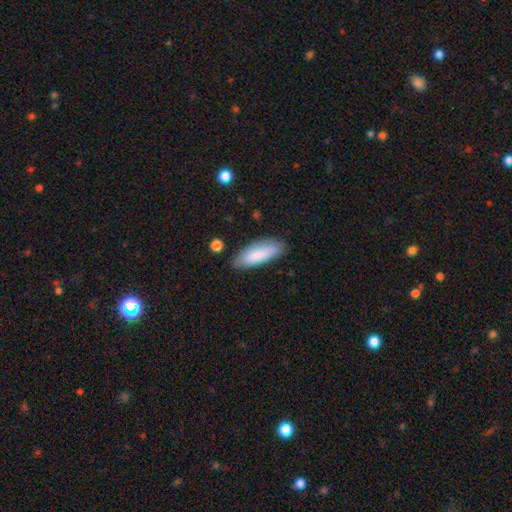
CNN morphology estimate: Smooth or featured: smooth — 80% (featured or disk — 13%)
How rounded: in between — 59% (cigar-shaped — 39%)
Merging: none — 78% (minor disturbance — 17%)